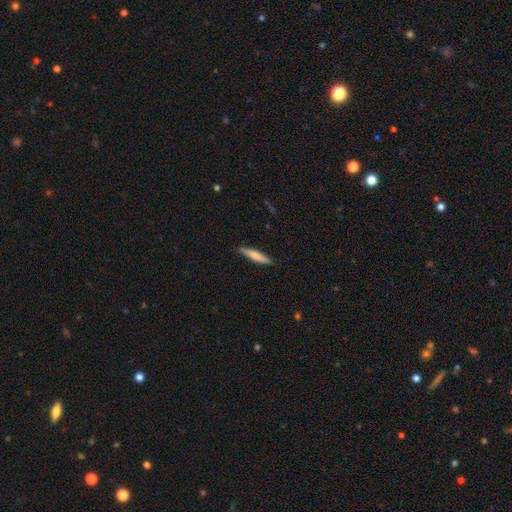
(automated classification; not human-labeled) smooth-or-featured: smooth: 71% | featured or disk: 24% | star or artifact: 5%
  how-rounded: cigar-shaped: 90% | in between: 9% | round: 1%
  merging: none: 88% | minor disturbance: 9% | major disturbance: 2% | merger: 1%